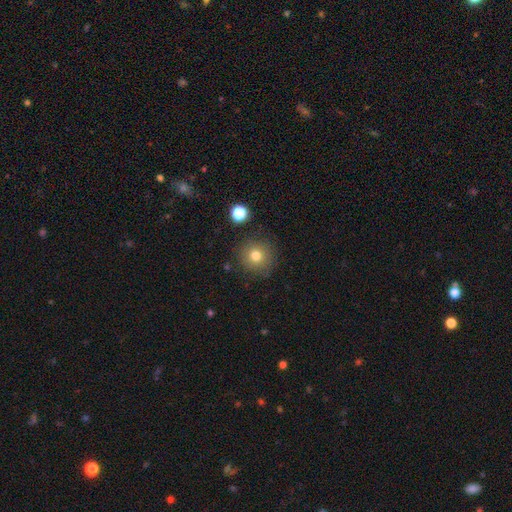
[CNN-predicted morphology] Smooth or featured? Predicted: smooth (p=0.76). How rounded? Predicted: round (p=0.93). Merging? Predicted: none (p=0.85).